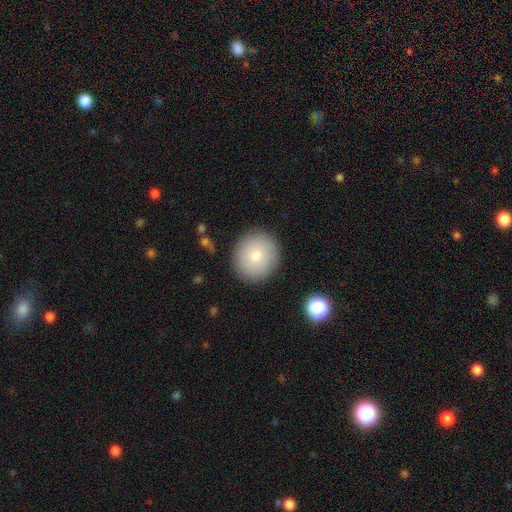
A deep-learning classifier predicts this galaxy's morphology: type=smooth (81%); roundness=round (92%); merging=none (89%).